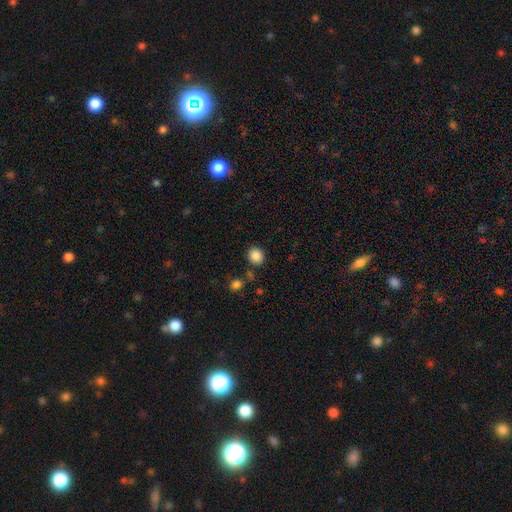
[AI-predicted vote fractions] Smooth or featured? smooth (87%)
How rounded? round (83%)
Merging? none (83%)